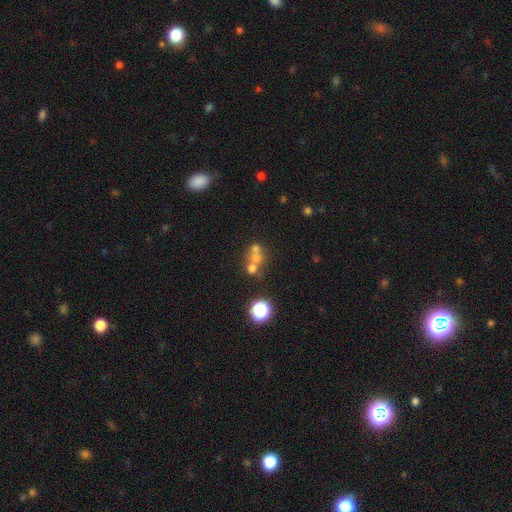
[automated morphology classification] A smooth galaxy with no disk features (56%) that is round (79%). Merging: merger (52%).